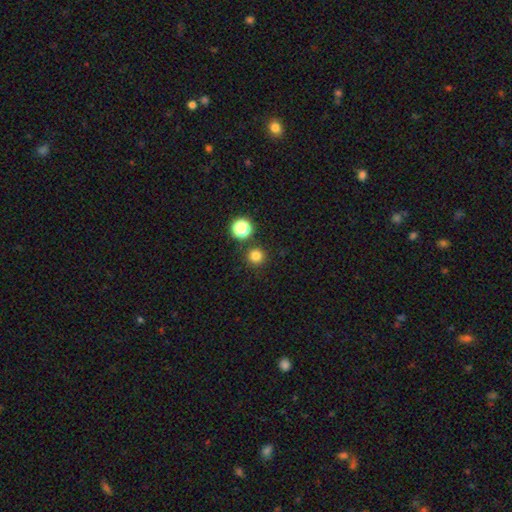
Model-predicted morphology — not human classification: smooth 79%, star or artifact 16%, featured or disk 4%. Down the decision tree: how rounded — round (95%); merging — none (87%).